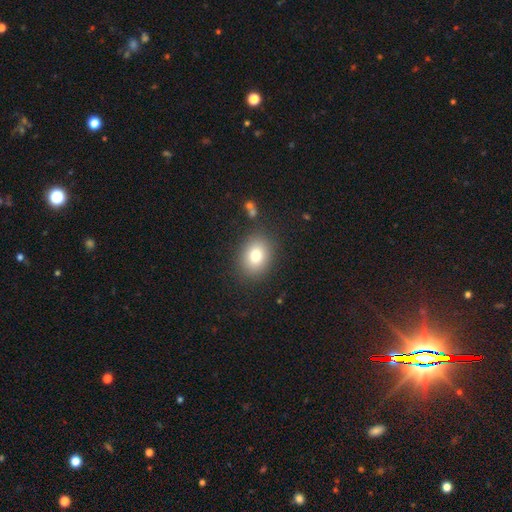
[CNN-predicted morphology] smooth 80%, featured or disk 10%, star or artifact 10%. Down the decision tree: how rounded — in between (59%); merging — none (85%).